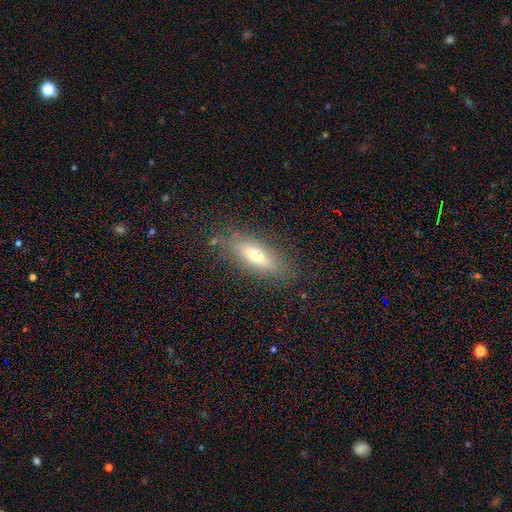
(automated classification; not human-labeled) Smooth or featured?
  - smooth: 57% *
  - featured or disk: 34%
  - star or artifact: 9%
How rounded?
  - in between: 55% *
  - cigar-shaped: 42%
  - round: 3%
Merging?
  - none: 82% *
  - minor disturbance: 12%
  - major disturbance: 4%
  - merger: 2%